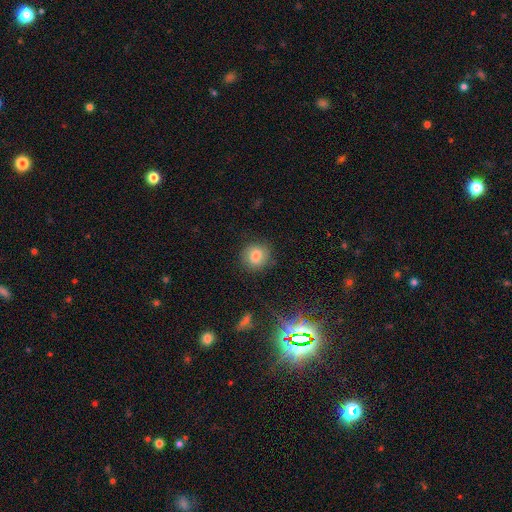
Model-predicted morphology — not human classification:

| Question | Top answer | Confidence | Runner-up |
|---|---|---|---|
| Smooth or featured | smooth | 78% | star or artifact (12%) |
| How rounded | round | 79% | in between (19%) |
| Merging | none | 84% | minor disturbance (11%) |